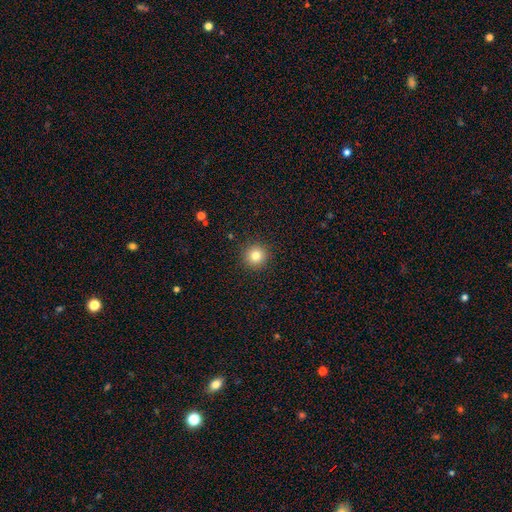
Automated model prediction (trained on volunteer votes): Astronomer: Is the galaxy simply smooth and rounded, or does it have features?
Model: smooth — 81%.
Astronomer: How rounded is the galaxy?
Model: round — 95%.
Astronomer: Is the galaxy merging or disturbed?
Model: none — 92%.